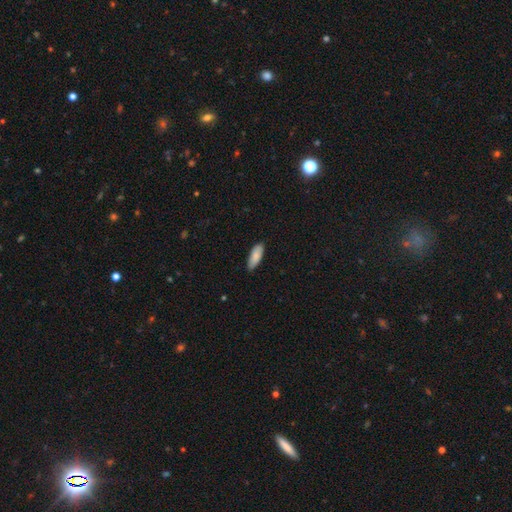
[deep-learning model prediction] A smooth galaxy with no disk features (86%) that is in between round and cigar-shaped (70%).

Vote fractions:
- Smooth or featured? smooth: 86% / featured or disk: 9% / star or artifact: 6%
- How rounded? in between: 70% / cigar-shaped: 28% / round: 2%
- Merging? none: 85% / minor disturbance: 12% / major disturbance: 2% / merger: 1%